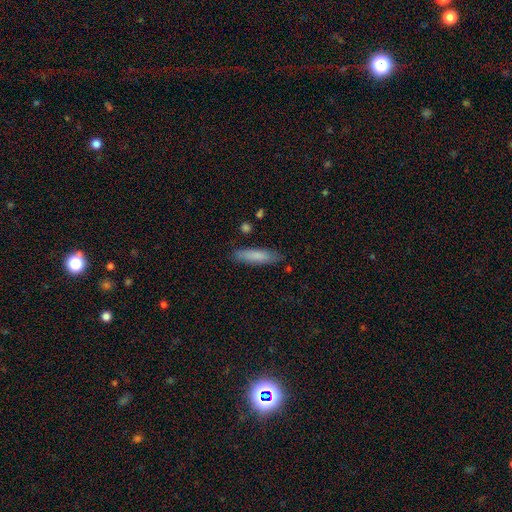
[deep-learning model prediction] smooth_or_featured: smooth (p=0.80) [alt: featured or disk p=0.14]
how_rounded: cigar-shaped (p=0.77) [alt: in between p=0.21]
merging: none (p=0.83) [alt: minor disturbance p=0.13]